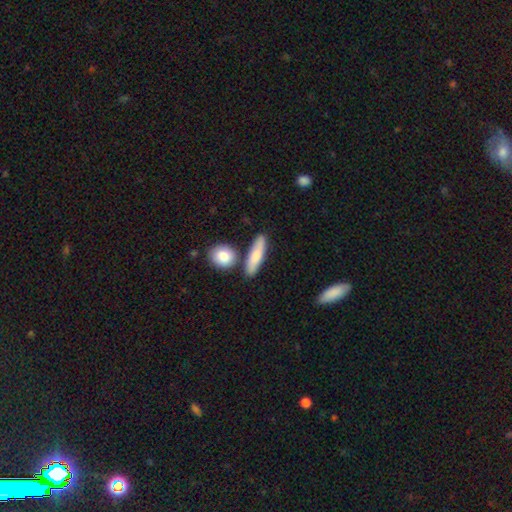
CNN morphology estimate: Smooth or featured?
  - smooth: 76% *
  - featured or disk: 19%
  - star or artifact: 6%
How rounded?
  - cigar-shaped: 57% *
  - in between: 37%
  - round: 6%
Merging?
  - none: 73% *
  - minor disturbance: 12%
  - merger: 11%
  - major disturbance: 3%